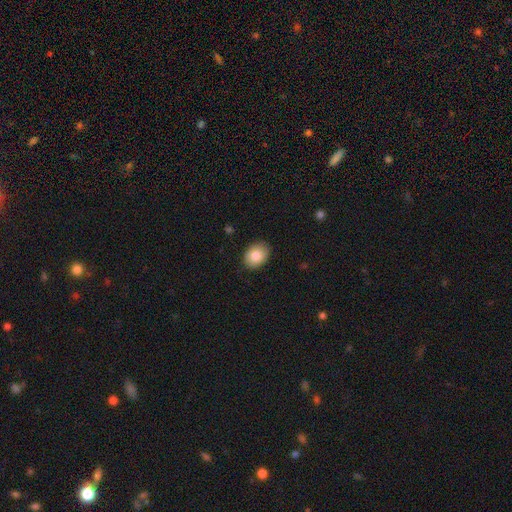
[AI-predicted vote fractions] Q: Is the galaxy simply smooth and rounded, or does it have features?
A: smooth — 84%.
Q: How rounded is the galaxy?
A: in between — 70%.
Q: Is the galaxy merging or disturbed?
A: none — 86%.